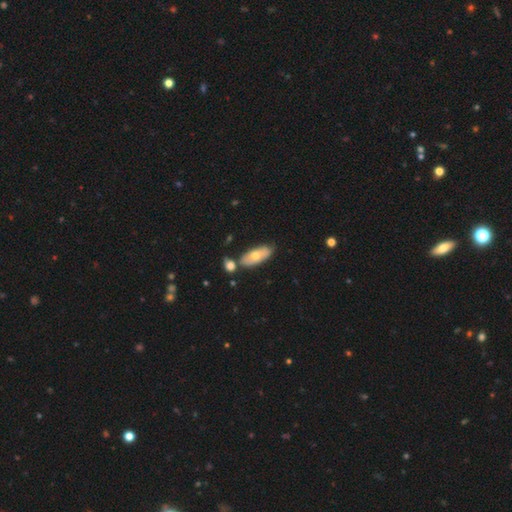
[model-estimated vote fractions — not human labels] The model was most divided on "smooth or featured": smooth: 65%, featured or disk: 29%, star or artifact: 6%. More confident: how rounded — in between (81%); merging — none (65%).